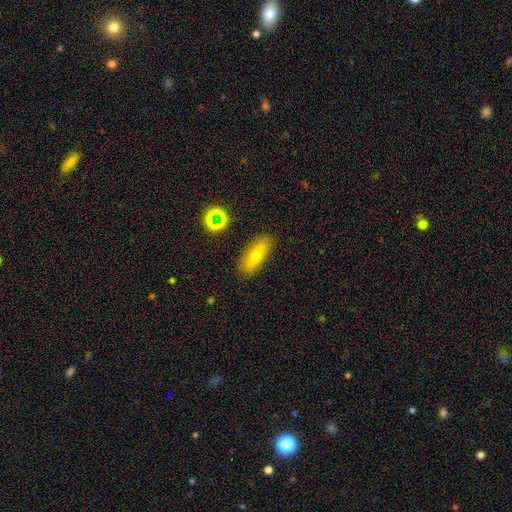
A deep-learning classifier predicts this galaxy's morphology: type=smooth (67%); roundness=in between (64%); merging=none (85%).